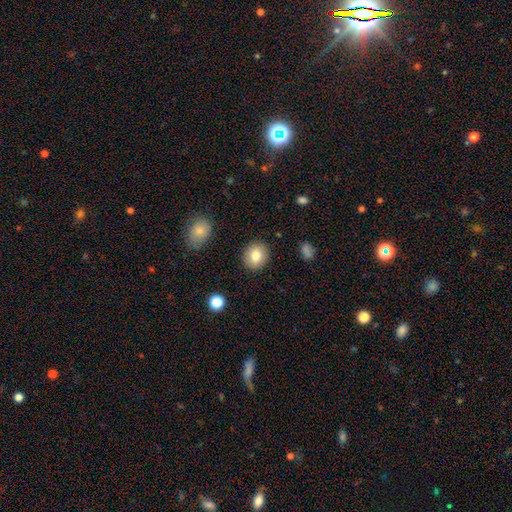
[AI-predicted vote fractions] Q: Smooth or featured?
A: smooth (81%); runner-up: featured or disk (10%)
Q: How rounded?
A: round (72%); runner-up: in between (27%)
Q: Merging?
A: none (89%); runner-up: minor disturbance (7%)